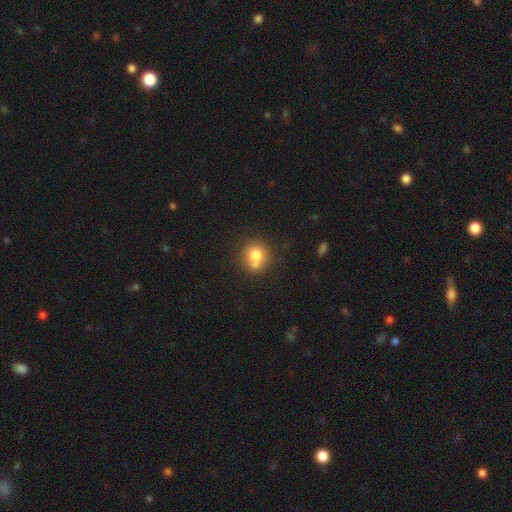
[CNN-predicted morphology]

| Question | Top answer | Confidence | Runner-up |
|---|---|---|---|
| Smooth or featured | smooth | 75% | featured or disk (14%) |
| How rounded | round | 81% | in between (18%) |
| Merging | none | 52% | merger (29%) |